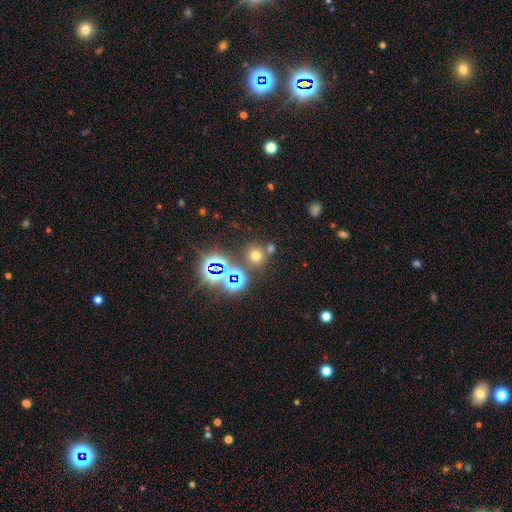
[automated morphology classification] This is possibly a smooth galaxy (58%). How rounded: clearly round (87%). Merging: likely none (71%).